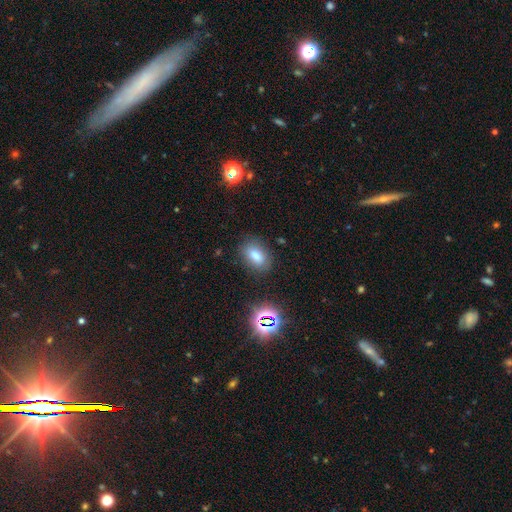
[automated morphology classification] Smooth or featured?
  - smooth: 76% *
  - star or artifact: 14%
  - featured or disk: 10%
How rounded?
  - in between: 85% *
  - round: 12%
  - cigar-shaped: 3%
Merging?
  - none: 83% *
  - minor disturbance: 12%
  - major disturbance: 4%
  - merger: 2%